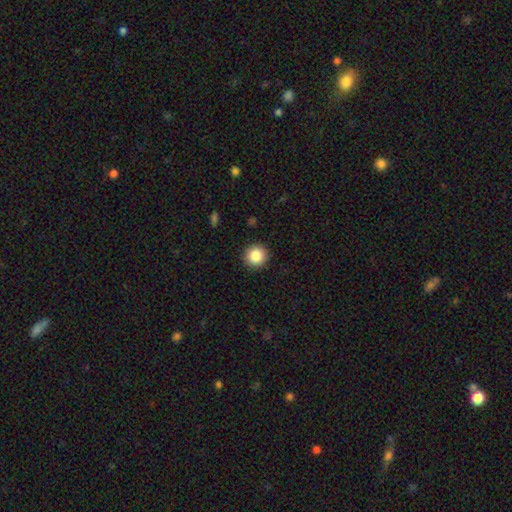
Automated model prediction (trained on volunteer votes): The model was most divided on "smooth or featured": smooth: 86%, star or artifact: 9%, featured or disk: 4%. More confident: how rounded — round (94%); merging — none (92%).